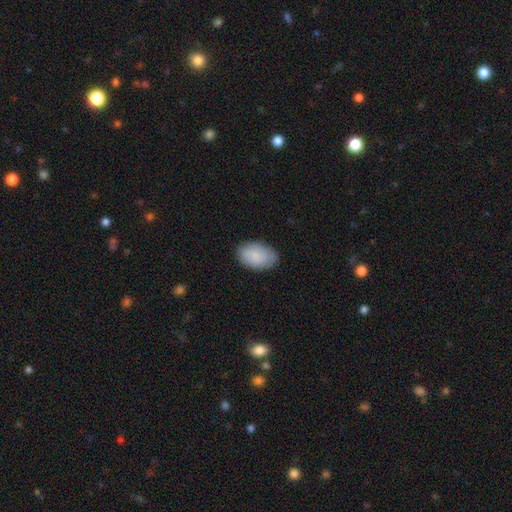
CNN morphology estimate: Smooth or featured: smooth — 85% (featured or disk — 9%)
How rounded: in between — 90% (round — 9%)
Merging: none — 79% (minor disturbance — 17%)